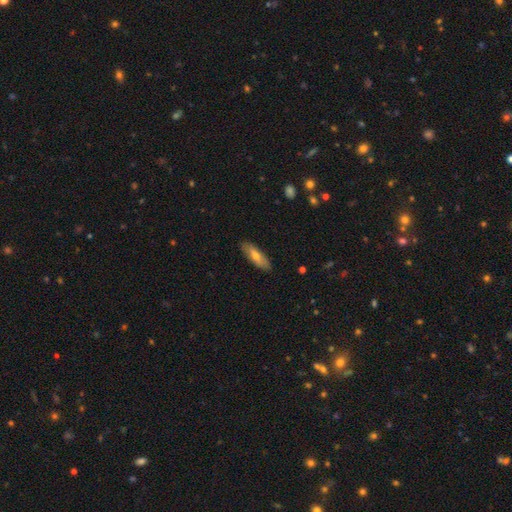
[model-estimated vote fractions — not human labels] Smooth or featured?
  - smooth: 62% *
  - featured or disk: 32%
  - star or artifact: 6%
How rounded?
  - in between: 49% * (tied)
  - cigar-shaped: 49% * (tied)
  - round: 2%
Merging?
  - none: 87% *
  - minor disturbance: 10%
  - major disturbance: 2%
  - merger: 1%